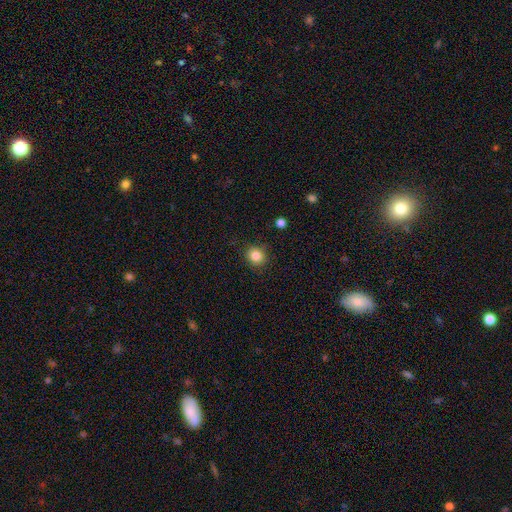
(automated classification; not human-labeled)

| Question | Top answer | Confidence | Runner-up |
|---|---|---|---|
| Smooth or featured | smooth | 84% | star or artifact (11%) |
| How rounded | round | 79% | in between (20%) |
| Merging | none | 87% | minor disturbance (9%) |